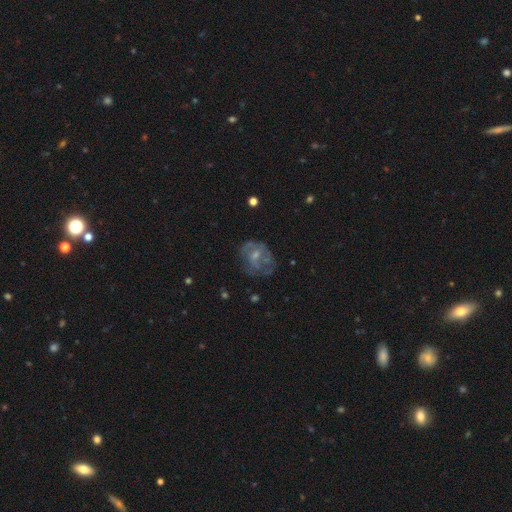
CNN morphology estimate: Smooth or featured: featured or disk — 56% (smooth — 33%)
Edge-on disk: no — 97% (yes — 3%)
Bar: no — 67% (weak — 28%)
Spiral arms: no — 58% (yes — 42%)
Bulge size: small — 51% (moderate — 36%)
Merging: none — 50% (major disturbance — 24%)